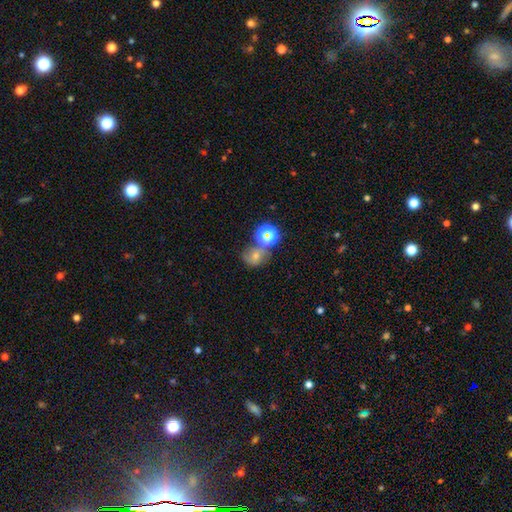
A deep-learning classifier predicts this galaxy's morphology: type=star or artifact (40%).